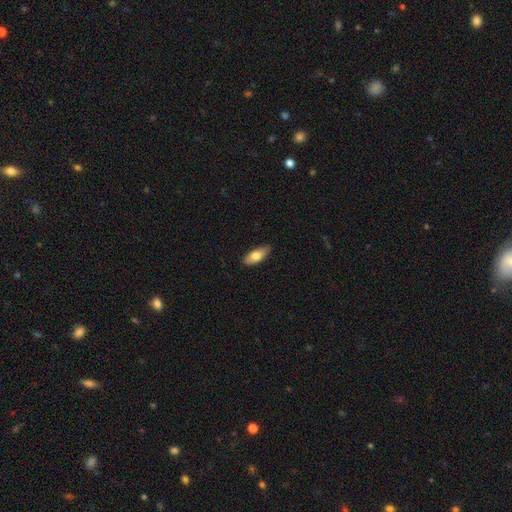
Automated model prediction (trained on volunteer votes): smooth 73%, featured or disk 21%, star or artifact 6%. Down the decision tree: how rounded — in between (81%); merging — none (83%).